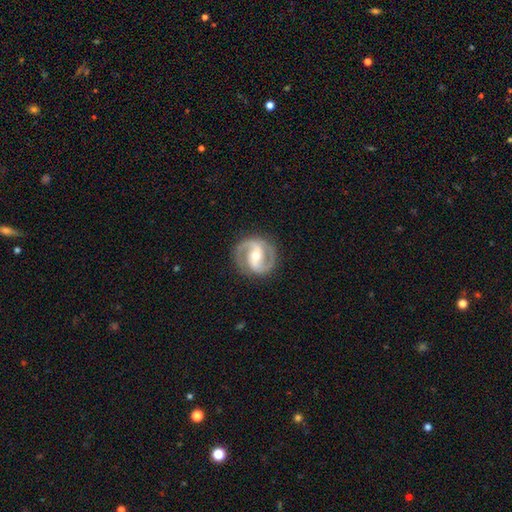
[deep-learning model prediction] This appears to be a featured or disk galaxy (91%) with a strong bar (45%), 2 (93%) medium (56%) spiral arms (97%) and a moderate central bulge (62%). Merging: none (87%).